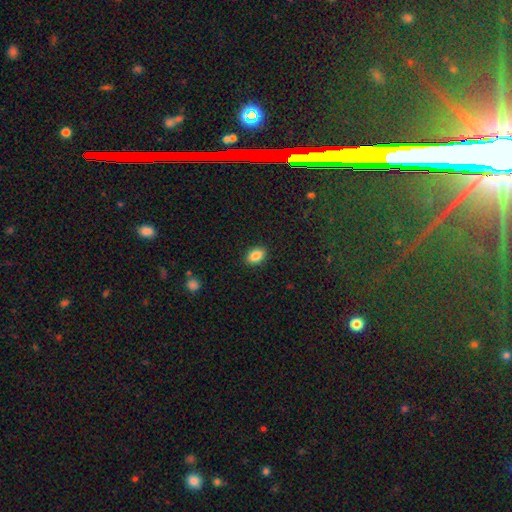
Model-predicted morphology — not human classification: smooth 86%, star or artifact 8%, featured or disk 6%. Down the decision tree: how rounded — in between (85%); merging — none (89%).